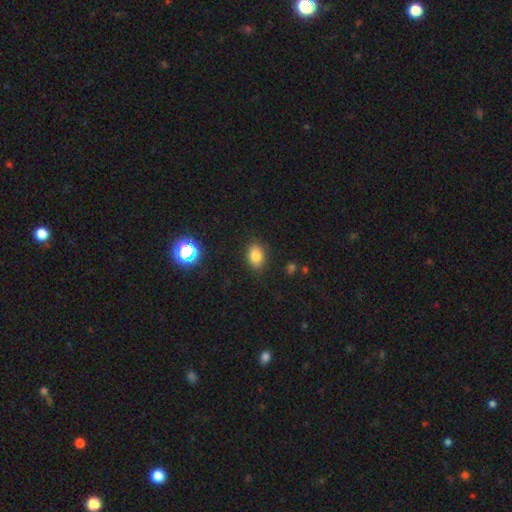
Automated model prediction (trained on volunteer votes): Smooth or featured?
  - smooth: 80% *
  - star or artifact: 13%
  - featured or disk: 7%
How rounded?
  - in between: 76% *
  - round: 23%
  - cigar-shaped: 2%
Merging?
  - none: 86% *
  - minor disturbance: 10%
  - major disturbance: 3%
  - merger: 1%